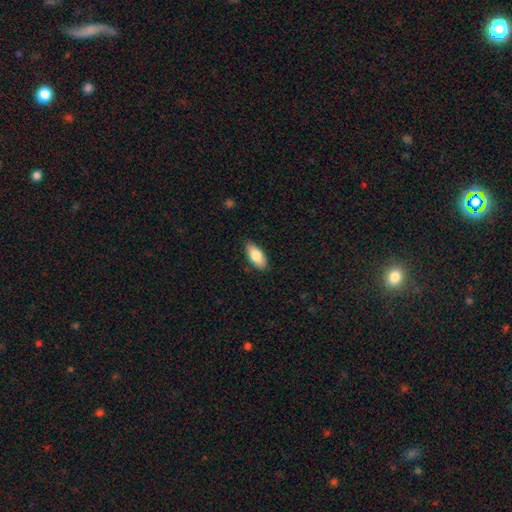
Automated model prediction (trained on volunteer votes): Smooth or featured? Predicted: smooth (p=0.82). How rounded? Predicted: in between (p=0.87). Merging? Predicted: none (p=0.84).